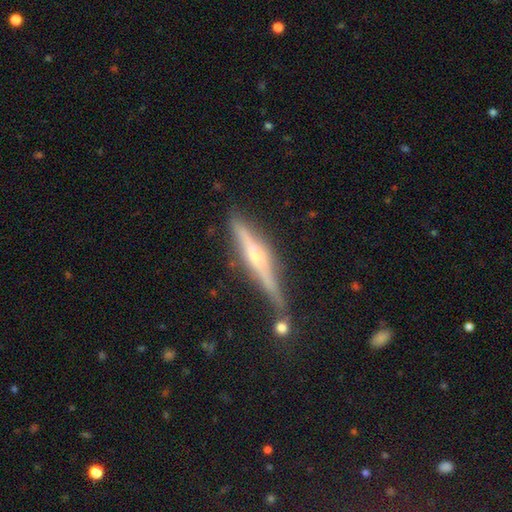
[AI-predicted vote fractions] smooth-or-featured: featured or disk: 71% | smooth: 19% | star or artifact: 9%
  disk-edge-on: yes: 96% | no: 4%
    edge-on-bulge: rounded: 72% | none: 15% | boxy: 13%
  merging: none: 75% | minor disturbance: 15% | merger: 5% | major disturbance: 4%